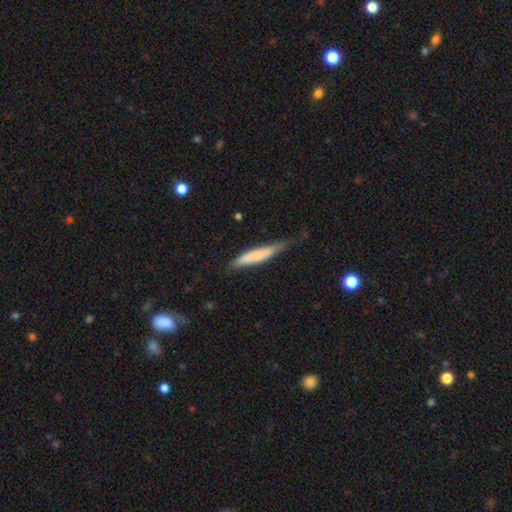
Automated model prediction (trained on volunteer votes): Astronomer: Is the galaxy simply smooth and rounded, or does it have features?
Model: smooth — 70%.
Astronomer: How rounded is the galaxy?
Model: cigar-shaped — 90%.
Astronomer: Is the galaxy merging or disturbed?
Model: none — 60%.